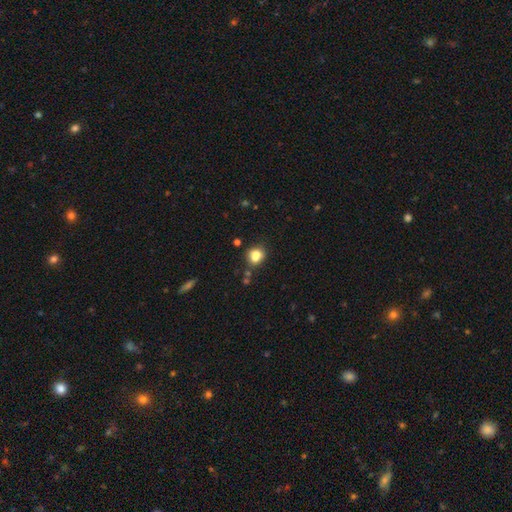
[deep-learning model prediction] Overall: smooth (78%). How rounded: round (65%; in between 34%). Merging: none (56%; merger 22%).